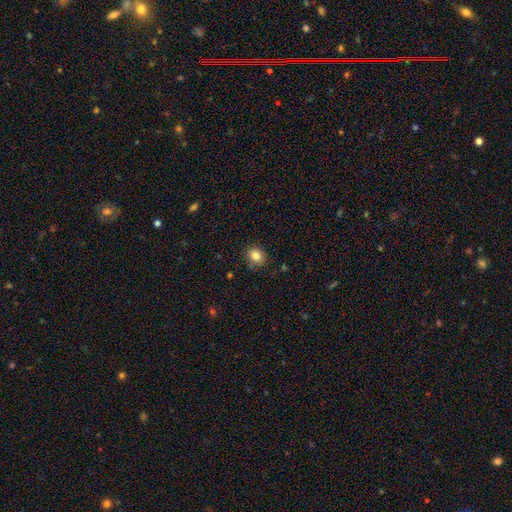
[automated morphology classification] A smooth galaxy with no disk features (85%) that is round (70%). Merging: none (83%).